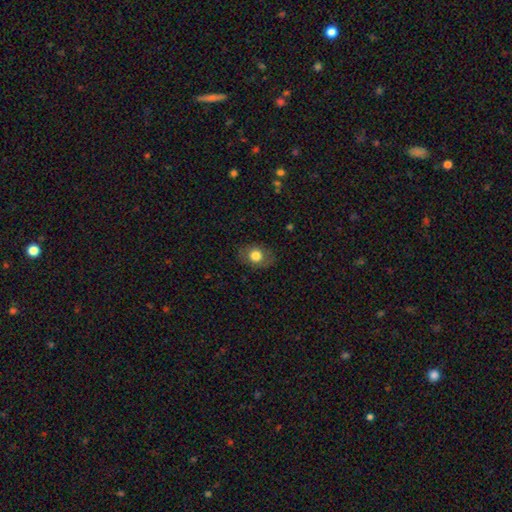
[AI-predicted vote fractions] Smooth or featured: smooth — 74% (featured or disk — 17%)
How rounded: in between — 53% (round — 45%)
Merging: none — 80% (minor disturbance — 14%)